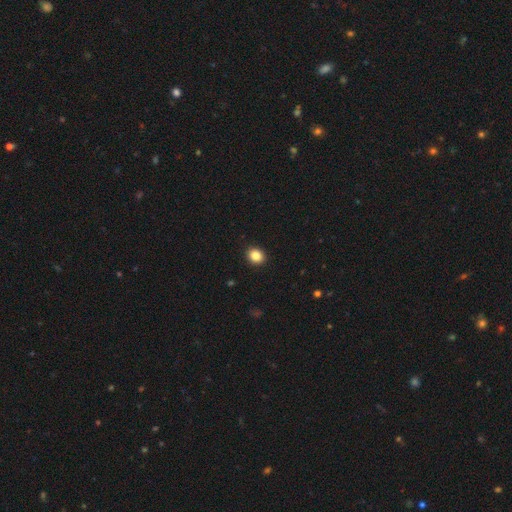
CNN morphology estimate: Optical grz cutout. It shows a smooth galaxy with no disk features (86%) that is round (64%). Merging: none (92%).